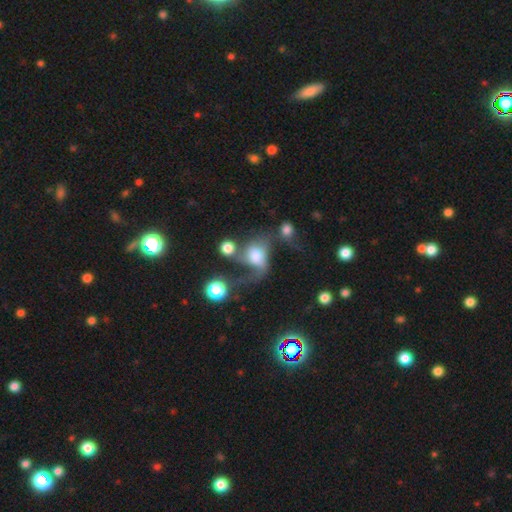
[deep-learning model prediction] Smooth or featured? smooth (50%)
How rounded? in between (55%)
Merging? merger (41%)